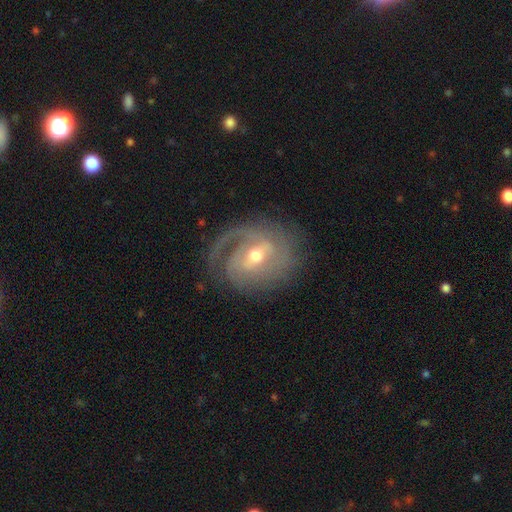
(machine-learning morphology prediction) This appears to be a featured or disk galaxy (86%) with a weak bar (50%), 2 (46%) tight (43%) spiral arms (94%) and a moderate central bulge (59%). Merging: none (69%).